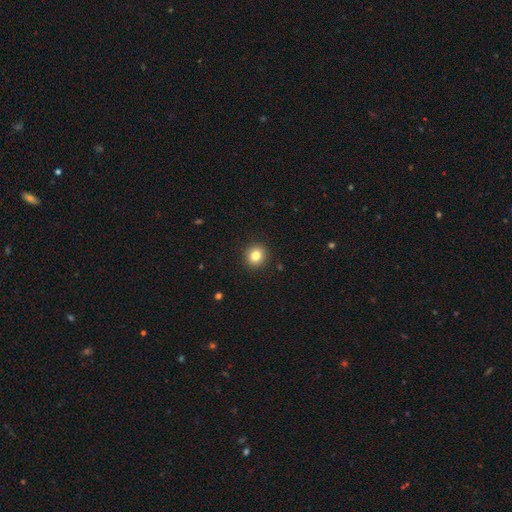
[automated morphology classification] Smooth or featured? Predicted: smooth (p=0.82). How rounded? Predicted: round (p=0.90). Merging? Predicted: none (p=0.92).